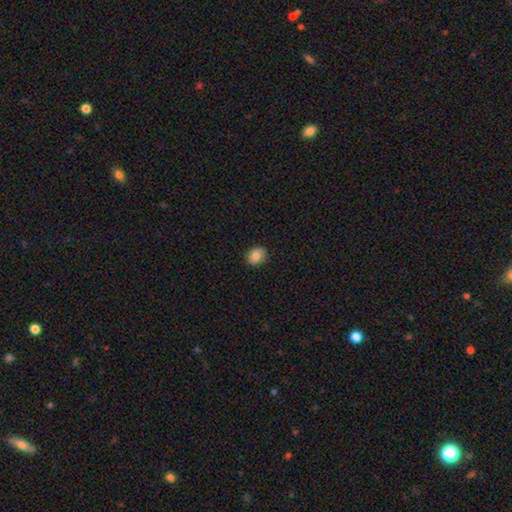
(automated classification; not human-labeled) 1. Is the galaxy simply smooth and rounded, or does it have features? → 85% smooth, 9% star or artifact, 6% featured or disk.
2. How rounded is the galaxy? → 58% round, 41% in between, 1% cigar-shaped.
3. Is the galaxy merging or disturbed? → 89% none, 9% minor disturbance, 2% major disturbance, 1% merger.